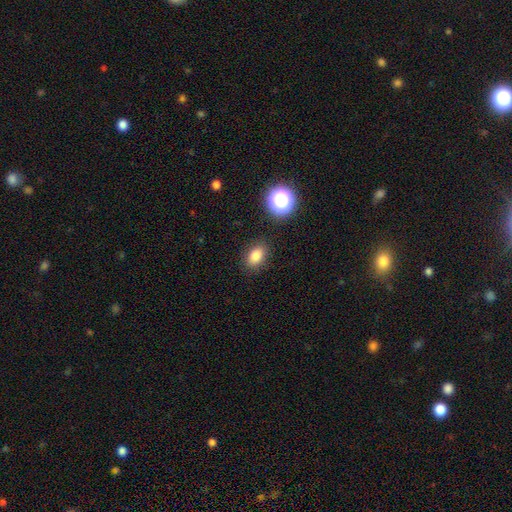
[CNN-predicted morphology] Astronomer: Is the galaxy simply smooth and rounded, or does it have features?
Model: smooth — 82%.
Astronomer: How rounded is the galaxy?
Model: in between — 77%.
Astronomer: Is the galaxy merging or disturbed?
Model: none — 85%.